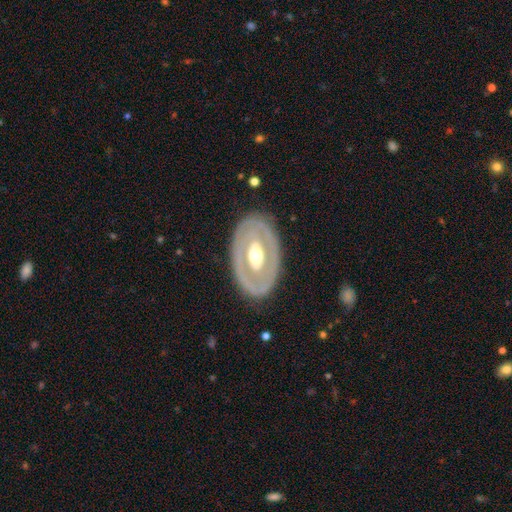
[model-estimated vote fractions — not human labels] Morphology: type=featured or disk (71%); edge-on=no (91%); bar=no (56%); spiral arms=no (74%); bulge=moderate (70%); merging=none (82%).